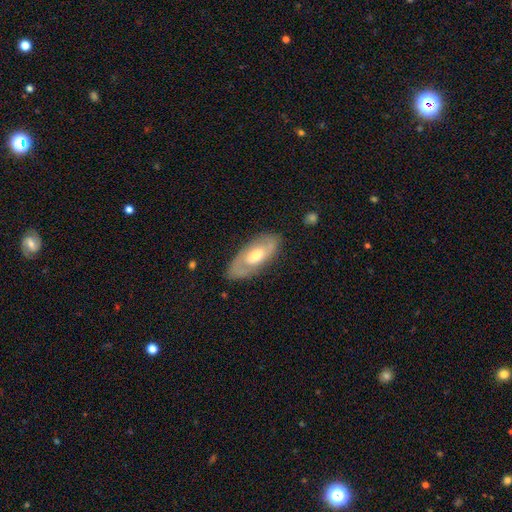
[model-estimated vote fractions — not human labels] smooth_or_featured: featured or disk (p=0.60) [alt: smooth p=0.35]
disk_edge_on: no (p=0.86) [alt: yes p=0.14]
bar: no (p=0.57) [alt: weak p=0.34]
has_spiral_arms: yes (p=0.66) [alt: no p=0.34]
bulge_size: moderate (p=0.67) [alt: small p=0.16]
merging: none (p=0.80) [alt: minor disturbance p=0.14]